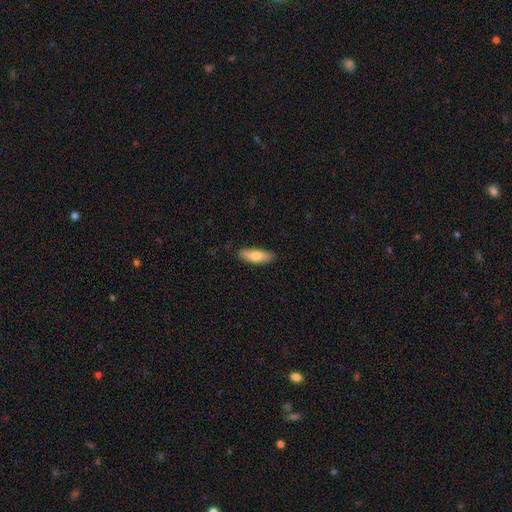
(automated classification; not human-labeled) Smooth or featured?
  - smooth: 72% *
  - featured or disk: 23%
  - star or artifact: 6%
How rounded?
  - in between: 54% *
  - cigar-shaped: 44%
  - round: 2%
Merging?
  - none: 88% *
  - minor disturbance: 10%
  - major disturbance: 2%
  - merger: 1%